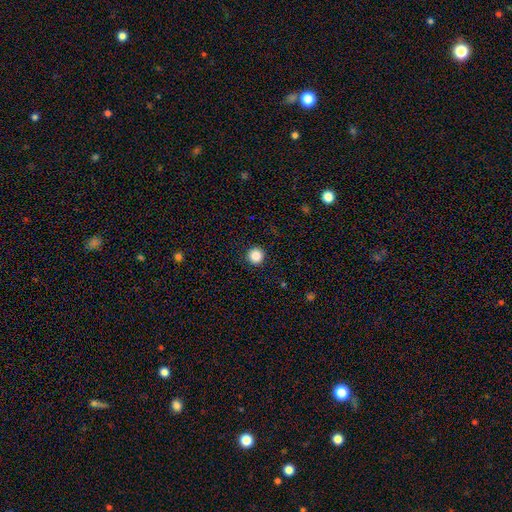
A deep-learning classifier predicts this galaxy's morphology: Smooth or featured? smooth (87%)
How rounded? round (96%)
Merging? none (93%)